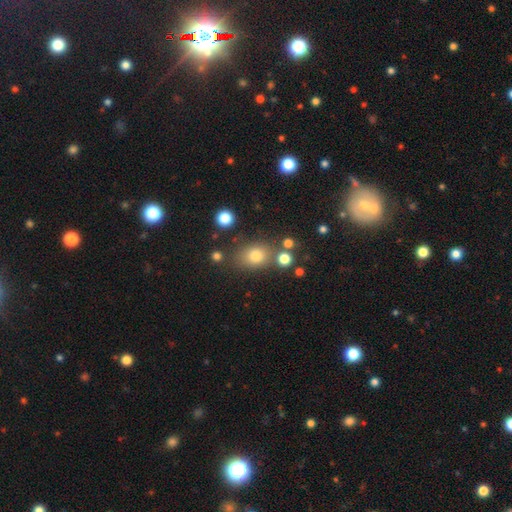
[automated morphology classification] This is likely a smooth galaxy (77%). How rounded: possibly in between (59%). Merging: likely none (71%).